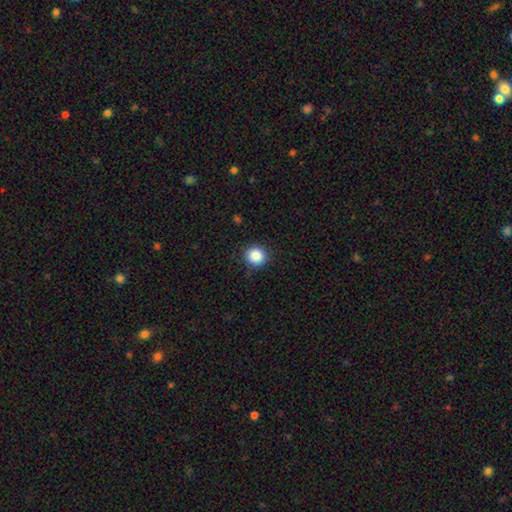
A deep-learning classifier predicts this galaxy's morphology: A smooth galaxy with no disk features (87%) that is round (92%). Merging: none (89%).